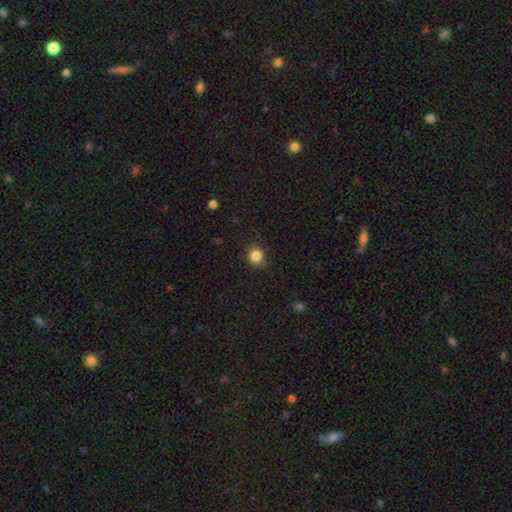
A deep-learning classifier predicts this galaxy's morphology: Overall: smooth (85%). How rounded: round (78%). Merging: none (81%).